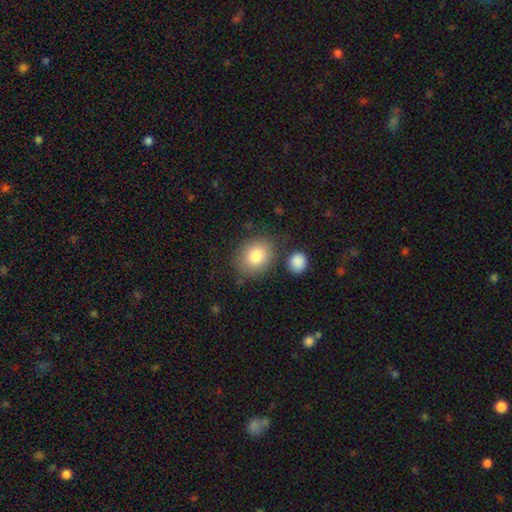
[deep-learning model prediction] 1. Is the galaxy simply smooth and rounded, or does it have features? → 82% smooth, 10% featured or disk, 8% star or artifact.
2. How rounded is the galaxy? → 58% round, 41% in between, 1% cigar-shaped.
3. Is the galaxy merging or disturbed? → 75% none, 13% minor disturbance, 7% merger, 5% major disturbance.